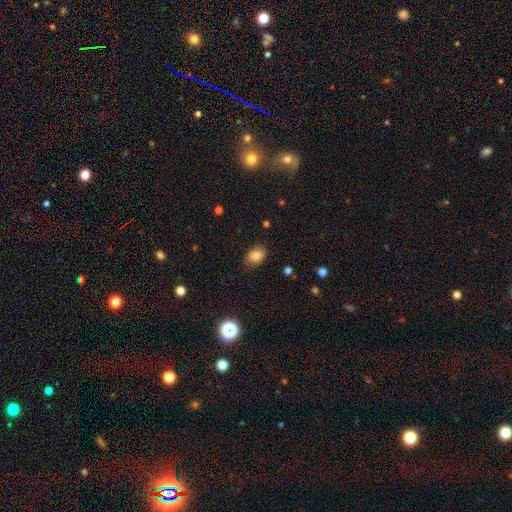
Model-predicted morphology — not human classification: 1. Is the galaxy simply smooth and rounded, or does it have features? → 81% smooth, 10% star or artifact, 9% featured or disk.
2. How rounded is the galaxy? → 78% in between, 21% round, 1% cigar-shaped.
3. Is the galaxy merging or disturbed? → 81% none, 15% minor disturbance, 3% major disturbance, 1% merger.